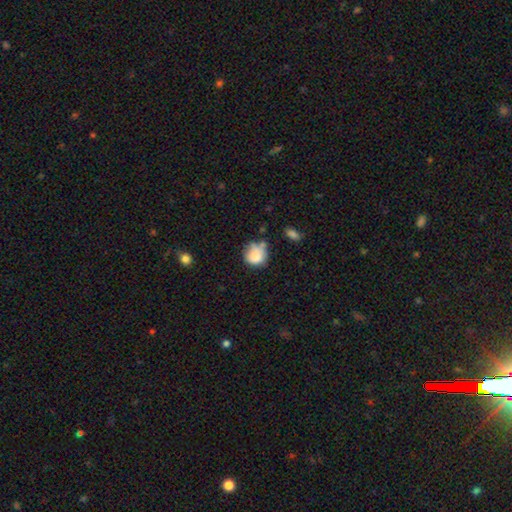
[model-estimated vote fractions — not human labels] smooth_or_featured: smooth (p=0.78) [alt: featured or disk p=0.12]
how_rounded: round (p=0.81) [alt: in between p=0.18]
merging: none (p=0.49) [alt: minor disturbance p=0.27]